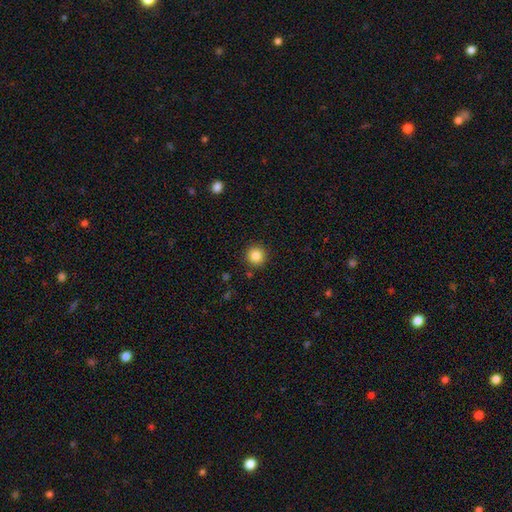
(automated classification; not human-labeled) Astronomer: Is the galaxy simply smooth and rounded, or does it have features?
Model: smooth — 85%.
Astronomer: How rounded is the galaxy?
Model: round — 95%.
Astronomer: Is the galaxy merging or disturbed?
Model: none — 91%.